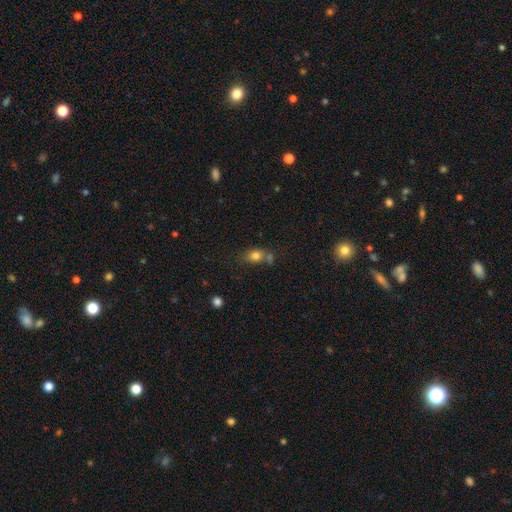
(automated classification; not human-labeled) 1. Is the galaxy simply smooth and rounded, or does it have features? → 79% smooth, 11% star or artifact, 10% featured or disk.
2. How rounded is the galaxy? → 66% in between, 31% round, 2% cigar-shaped.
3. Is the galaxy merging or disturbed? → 50% none, 26% merger, 17% minor disturbance, 7% major disturbance.